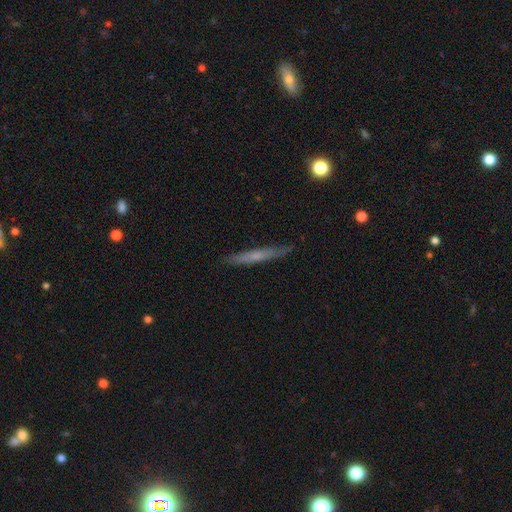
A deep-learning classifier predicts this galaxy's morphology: A featured or disk galaxy (47%).

Vote fractions:
- Smooth or featured? featured or disk: 47% / smooth: 46% / star or artifact: 7%
- Merging? none: 85% / minor disturbance: 12% / major disturbance: 2% / merger: 1%